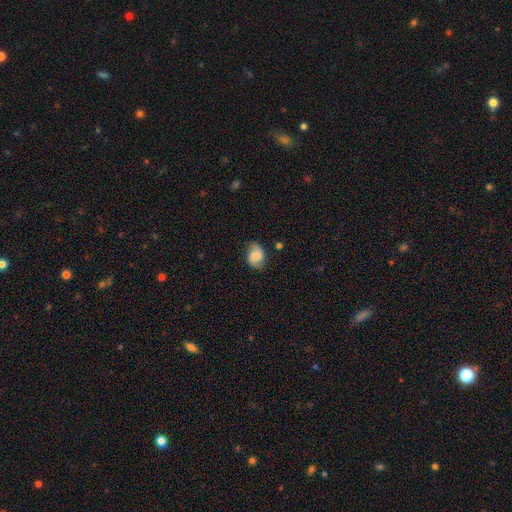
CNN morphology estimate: This appears to be a smooth galaxy with no disk features (51%) that is in between round and cigar-shaped (64%). Merging: none (71%).